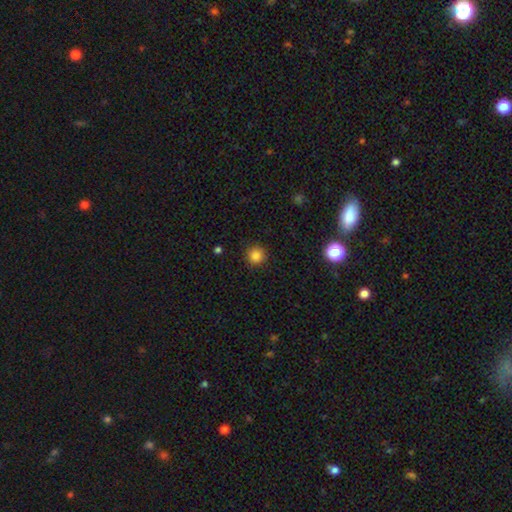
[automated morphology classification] A smooth galaxy with no disk features (85%) that is round (94%).

Vote fractions:
- Smooth or featured? smooth: 85% / star or artifact: 12% / featured or disk: 3%
- How rounded? round: 94% / in between: 5% / cigar-shaped: 1%
- Merging? none: 90% / minor disturbance: 7% / major disturbance: 2% / merger: 1%